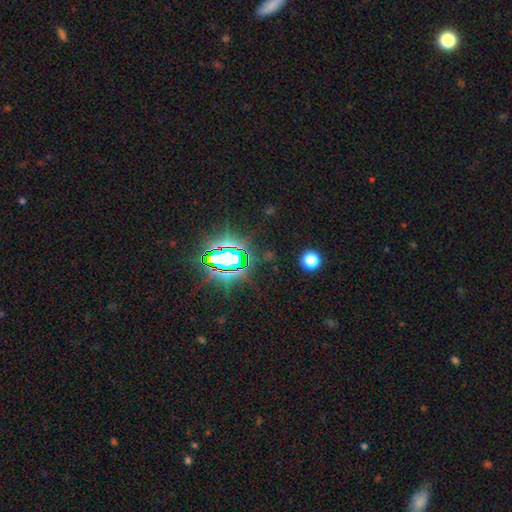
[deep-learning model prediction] Q: Smooth or featured?
A: star or artifact (82%); runner-up: smooth (11%)